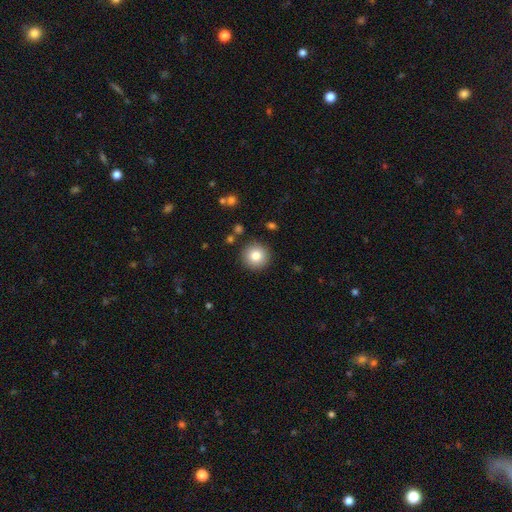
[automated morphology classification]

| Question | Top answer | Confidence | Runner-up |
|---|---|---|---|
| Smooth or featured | smooth | 82% | star or artifact (9%) |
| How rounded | round | 95% | in between (4%) |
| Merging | none | 90% | minor disturbance (6%) |